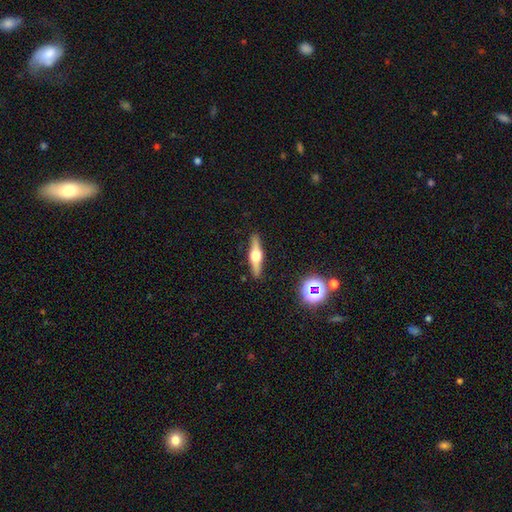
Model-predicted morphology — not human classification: featured or disk 70%, smooth 23%, star or artifact 7%. Down the decision tree: edge-on disk — yes (97%); edge-on bulge — rounded (94%); merging — none (90%).